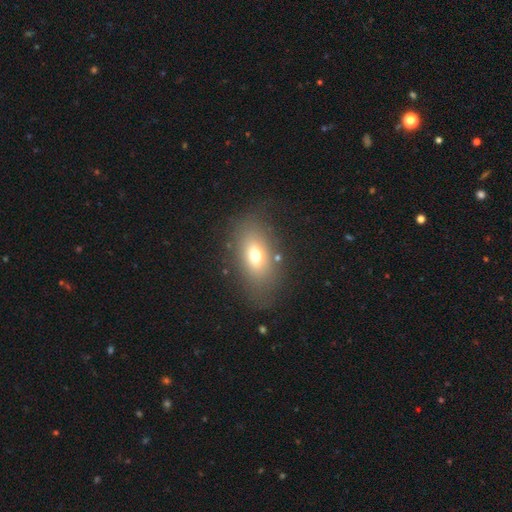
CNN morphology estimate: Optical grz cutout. It shows a smooth galaxy with no disk features (67%) that is in between round and cigar-shaped (84%). Merging: none (75%).